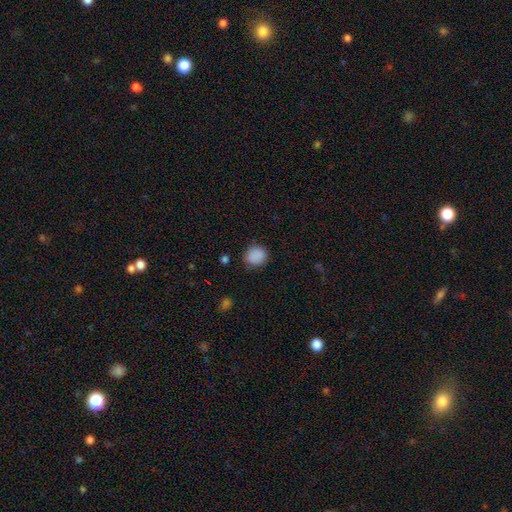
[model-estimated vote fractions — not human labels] smooth-or-featured: smooth: 88% | star or artifact: 9% | featured or disk: 3%
  how-rounded: round: 81% | in between: 18% | cigar-shaped: 1%
  merging: none: 82% | minor disturbance: 13% | major disturbance: 3% | merger: 2%